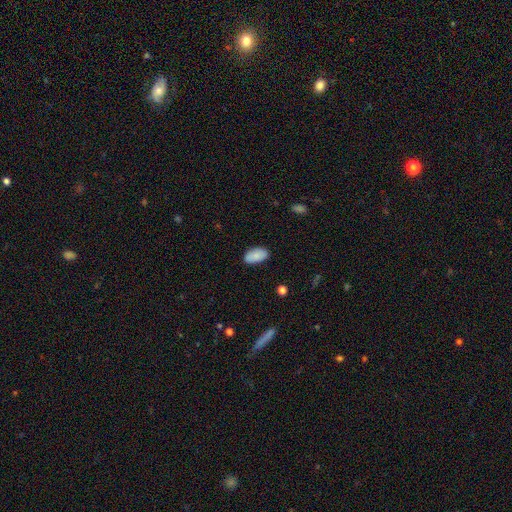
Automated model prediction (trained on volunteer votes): Smooth or featured: smooth — 86% (featured or disk — 8%)
How rounded: in between — 95% (round — 3%)
Merging: none — 85% (minor disturbance — 11%)